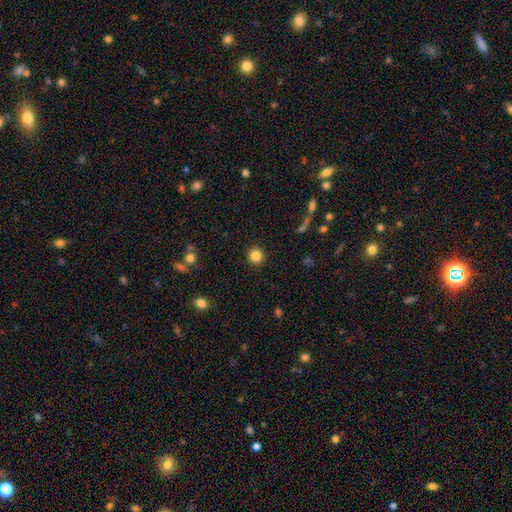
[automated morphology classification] smooth-or-featured: smooth: 85% | star or artifact: 11% | featured or disk: 5%
  how-rounded: round: 94% | in between: 5% | cigar-shaped: 1%
  merging: none: 92% | minor disturbance: 5% | major disturbance: 2% | merger: 1%